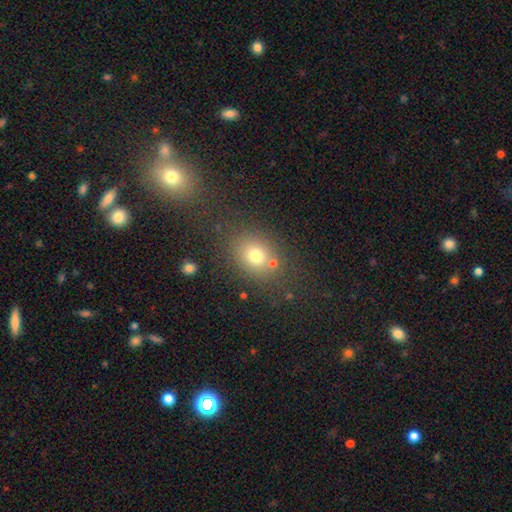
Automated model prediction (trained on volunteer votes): The model was most divided on "how rounded": round: 50%, in between: 48%, cigar-shaped: 1%. More confident: smooth or featured — smooth (73%); merging — none (72%).